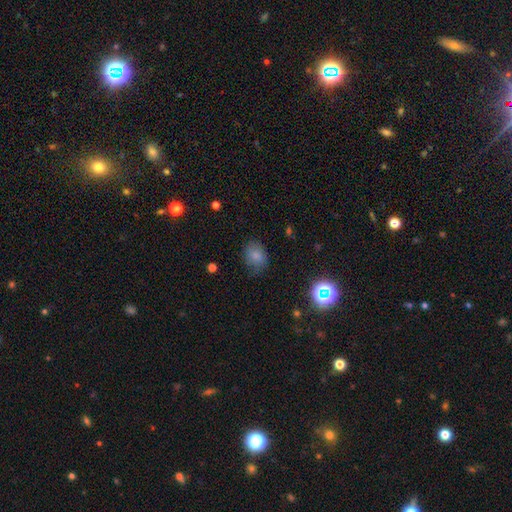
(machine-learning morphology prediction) Q: Smooth or featured?
A: smooth (80%); runner-up: star or artifact (12%)
Q: How rounded?
A: in between (61%); runner-up: round (38%)
Q: Merging?
A: none (67%); runner-up: minor disturbance (25%)